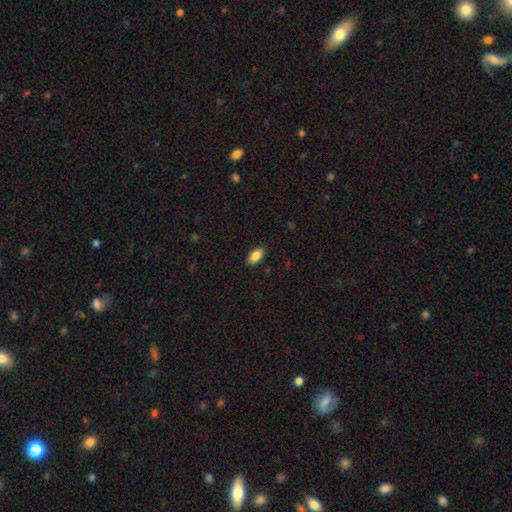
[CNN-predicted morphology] Overall: smooth (87%). How rounded: in between (92%). Merging: none (88%).